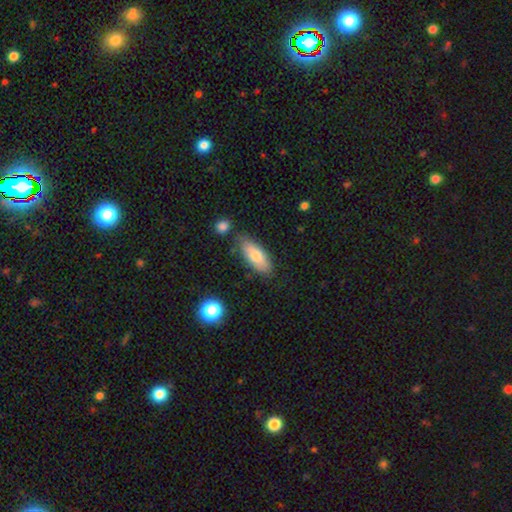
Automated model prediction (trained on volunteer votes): A smooth galaxy with no disk features (74%) that is in between round and cigar-shaped (77%).

Vote fractions:
- Smooth or featured? smooth: 74% / featured or disk: 20% / star or artifact: 6%
- How rounded? in between: 77% / cigar-shaped: 21% / round: 2%
- Merging? none: 75% / minor disturbance: 16% / merger: 5% / major disturbance: 3%